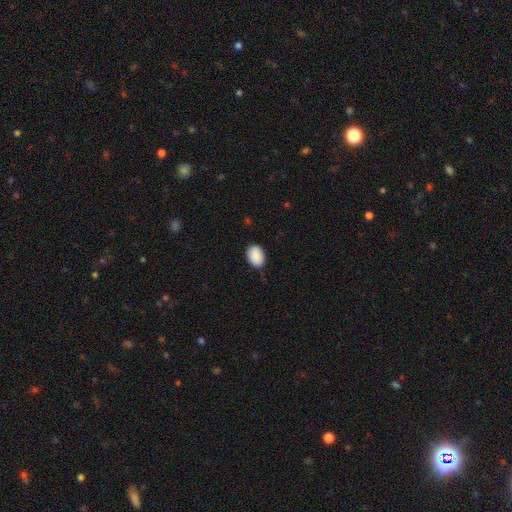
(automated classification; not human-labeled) smooth 87%, star or artifact 7%, featured or disk 6%. Down the decision tree: how rounded — in between (77%); merging — none (75%).